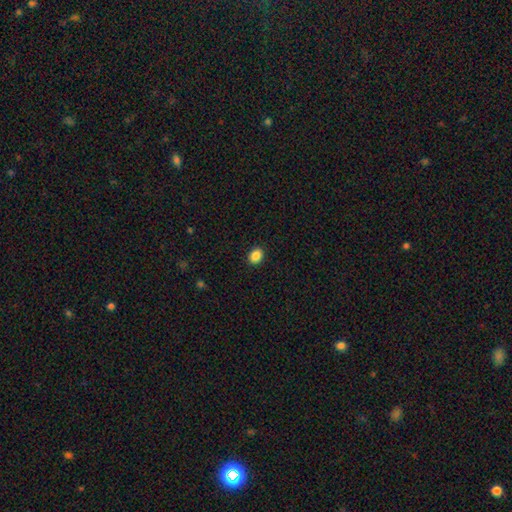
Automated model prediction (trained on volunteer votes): smooth-or-featured: smooth: 88% | star or artifact: 9% | featured or disk: 3%
  how-rounded: in between: 55% | round: 44% | cigar-shaped: 1%
  merging: none: 91% | minor disturbance: 6% | major disturbance: 2% | merger: 1%